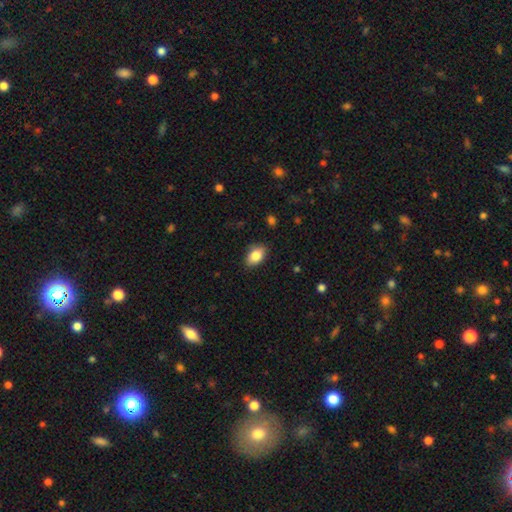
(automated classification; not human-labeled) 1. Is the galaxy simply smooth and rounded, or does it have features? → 85% smooth, 8% featured or disk, 7% star or artifact.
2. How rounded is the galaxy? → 88% in between, 10% round, 2% cigar-shaped.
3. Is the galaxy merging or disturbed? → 84% none, 12% minor disturbance, 3% major disturbance, 1% merger.